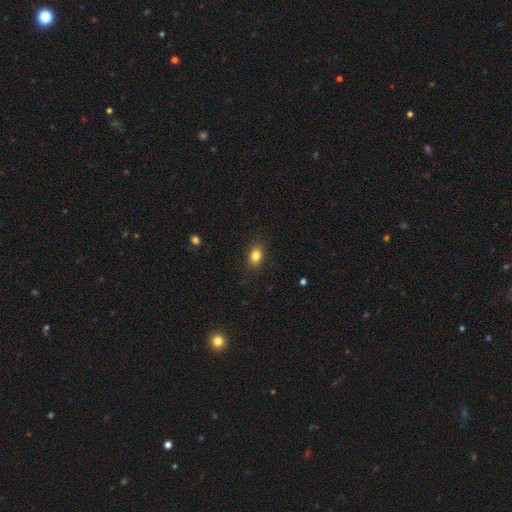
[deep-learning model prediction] smooth_or_featured: smooth (p=0.84) [alt: star or artifact p=0.10]
how_rounded: in between (p=0.76) [alt: round p=0.22]
merging: none (p=0.88) [alt: minor disturbance p=0.09]